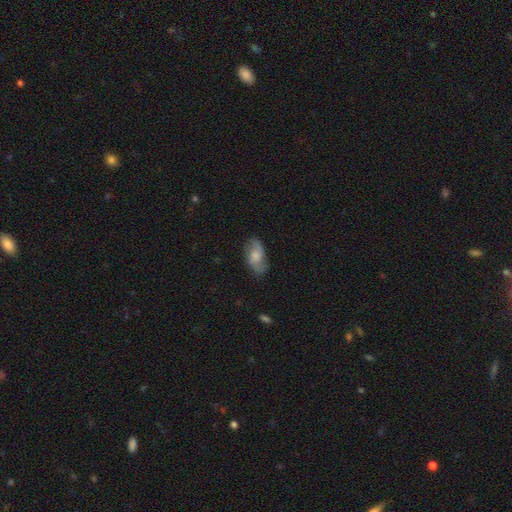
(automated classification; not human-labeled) Overall: smooth (48%; featured or disk 44%). Merging: none (68%).